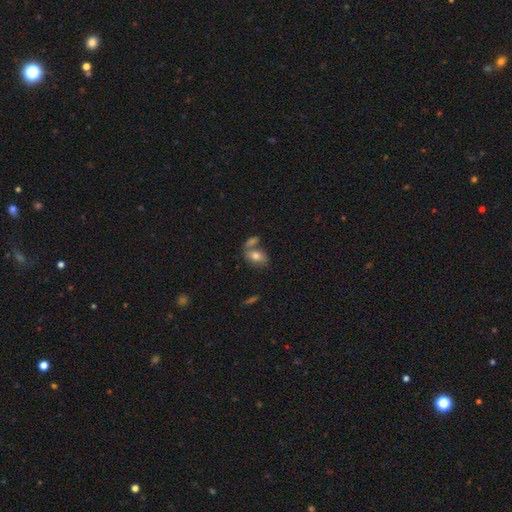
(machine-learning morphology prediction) Smooth or featured? smooth (76%)
How rounded? in between (86%)
Merging? none (49%)